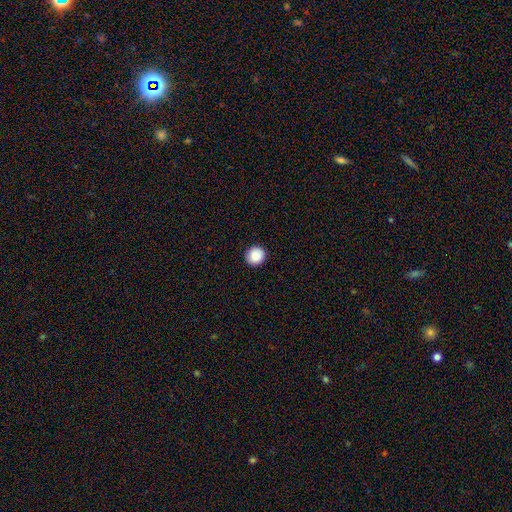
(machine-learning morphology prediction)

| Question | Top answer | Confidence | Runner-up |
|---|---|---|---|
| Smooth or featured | smooth | 89% | star or artifact (8%) |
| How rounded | round | 92% | in between (7%) |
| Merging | none | 92% | minor disturbance (5%) |